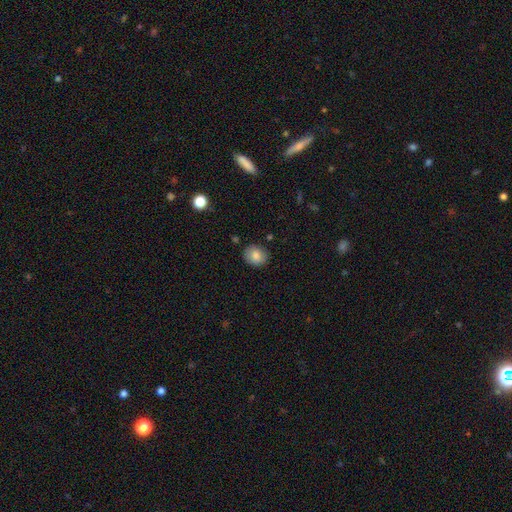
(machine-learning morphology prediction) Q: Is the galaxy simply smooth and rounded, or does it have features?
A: smooth — 84%.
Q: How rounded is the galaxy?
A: round — 69%.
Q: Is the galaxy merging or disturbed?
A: none — 87%.